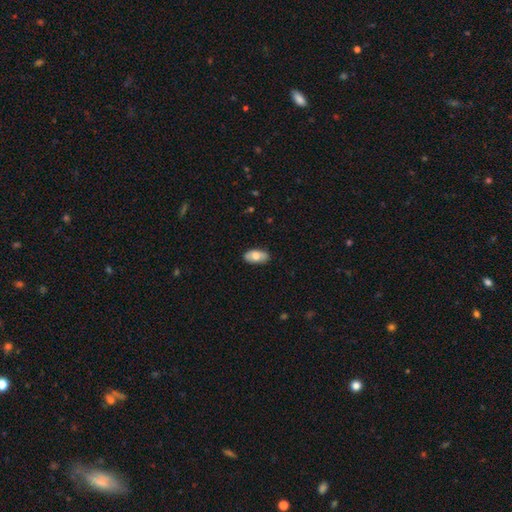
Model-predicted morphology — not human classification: A smooth galaxy with no disk features (76%) that is in between round and cigar-shaped (94%).

Vote fractions:
- Smooth or featured? smooth: 76% / featured or disk: 18% / star or artifact: 6%
- How rounded? in between: 94% / cigar-shaped: 3% / round: 3%
- Merging? none: 86% / minor disturbance: 11% / major disturbance: 2% / merger: 1%